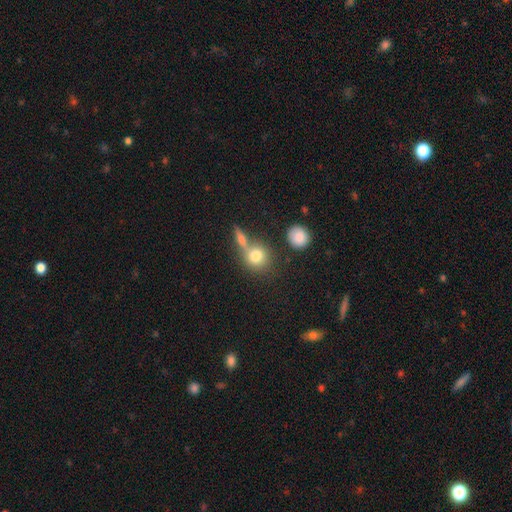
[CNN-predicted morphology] Smooth or featured? smooth (77%)
How rounded? round (81%)
Merging? none (50%)